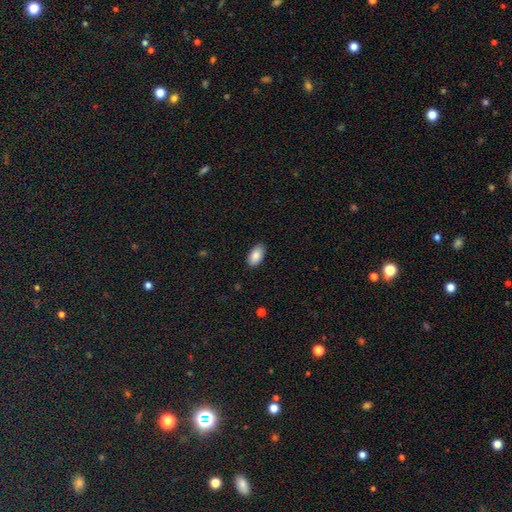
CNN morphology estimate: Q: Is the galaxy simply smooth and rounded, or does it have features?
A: smooth — 88%.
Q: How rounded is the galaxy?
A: in between — 95%.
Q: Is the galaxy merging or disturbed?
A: none — 88%.